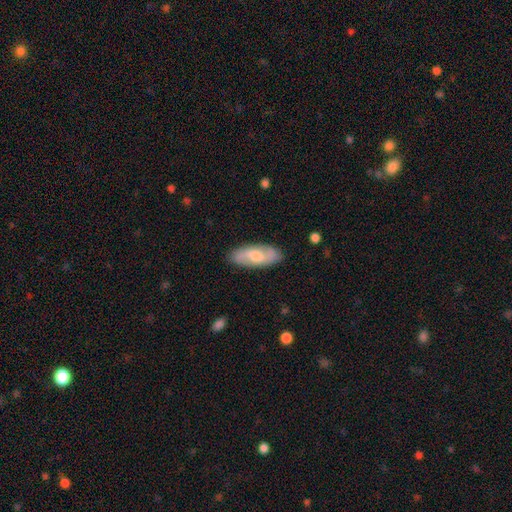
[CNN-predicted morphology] A featured or disk galaxy (52%).

Vote fractions:
- Smooth or featured? featured or disk: 52% / smooth: 43% / star or artifact: 6%
- Edge-on disk? no: 87% / yes: 13%
- Merging? none: 84% / minor disturbance: 12% / major disturbance: 3% / merger: 1%